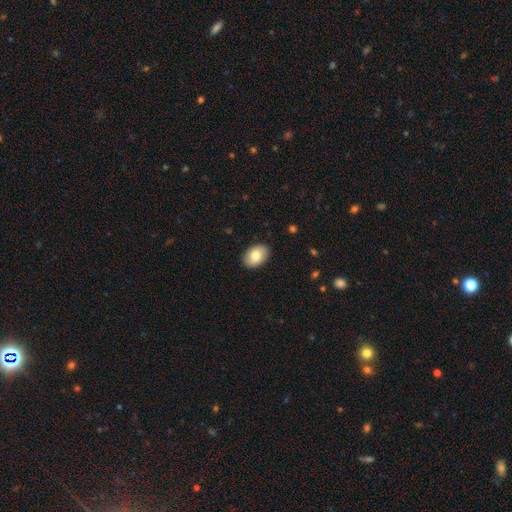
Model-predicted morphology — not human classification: The model was most divided on "smooth or featured": smooth: 81%, featured or disk: 13%, star or artifact: 7%. More confident: merging — none (89%); how rounded — in between (86%).